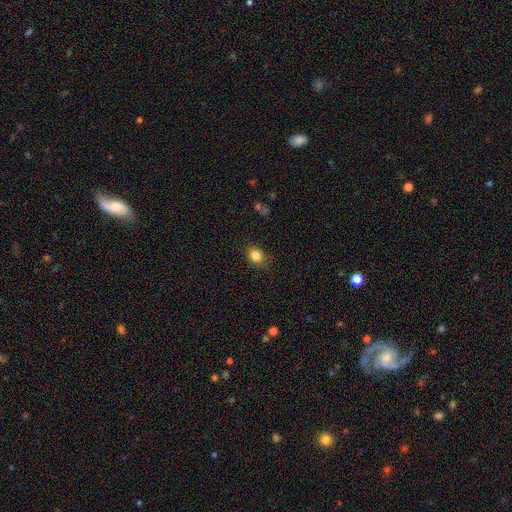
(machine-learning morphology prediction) Q: Smooth or featured?
A: smooth (83%); runner-up: star or artifact (11%)
Q: How rounded?
A: round (60%); runner-up: in between (39%)
Q: Merging?
A: none (82%); runner-up: minor disturbance (14%)